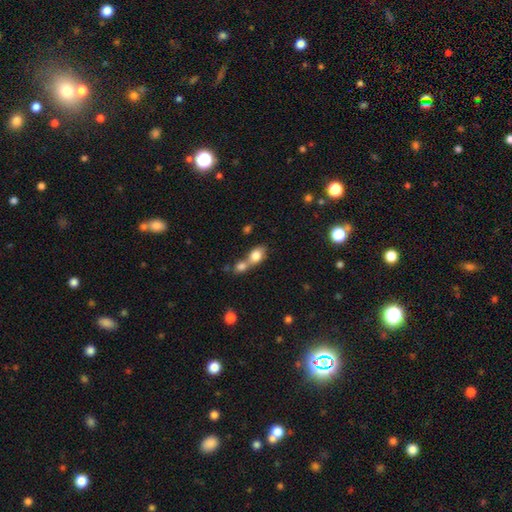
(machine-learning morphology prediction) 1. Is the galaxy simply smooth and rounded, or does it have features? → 79% smooth, 12% featured or disk, 9% star or artifact.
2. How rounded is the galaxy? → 65% in between, 31% round, 4% cigar-shaped.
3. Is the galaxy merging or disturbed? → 65% merger, 24% none, 7% minor disturbance, 4% major disturbance.